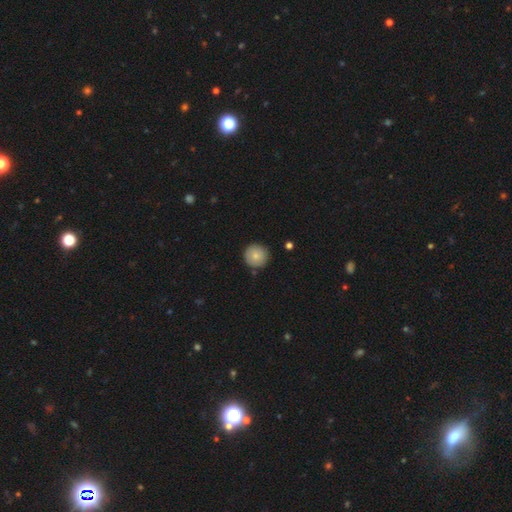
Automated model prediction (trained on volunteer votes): Smooth or featured? Predicted: smooth (p=0.82). How rounded? Predicted: round (p=0.96). Merging? Predicted: none (p=0.89).